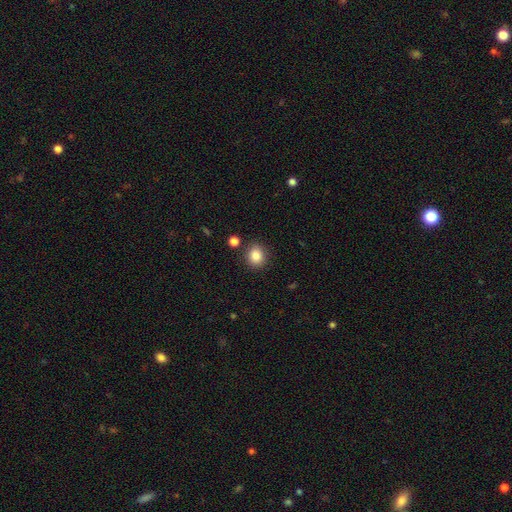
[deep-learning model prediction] Smooth or featured: smooth — 85% (star or artifact — 10%)
How rounded: round — 74% (in between — 25%)
Merging: none — 85% (minor disturbance — 8%)